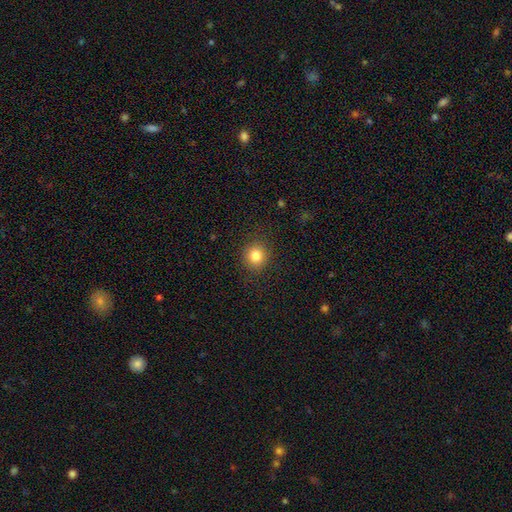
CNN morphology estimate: Smooth or featured? Predicted: smooth (p=0.83). How rounded? Predicted: round (p=0.90). Merging? Predicted: none (p=0.90).